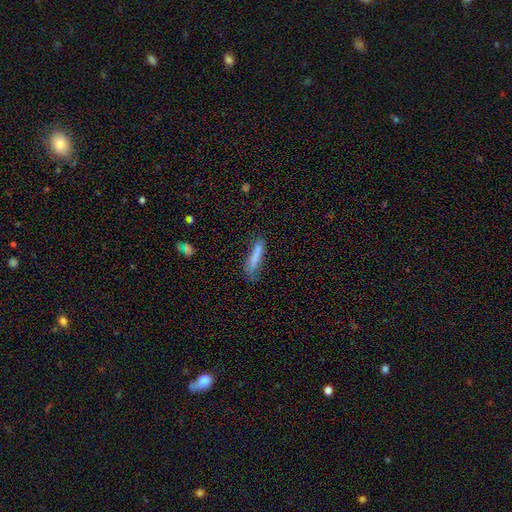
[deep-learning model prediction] The model was most divided on "merging": none: 64%, minor disturbance: 24%, major disturbance: 8%, merger: 3%. More confident: how rounded — cigar-shaped (85%); smooth or featured — smooth (81%).